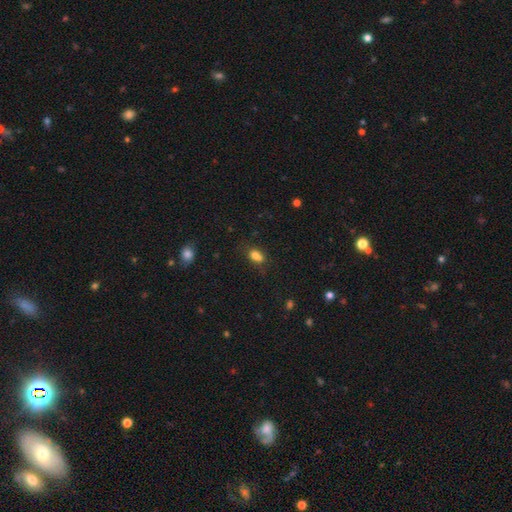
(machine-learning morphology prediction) smooth 75%, star or artifact 14%, featured or disk 10%. Down the decision tree: how rounded — in between (69%); merging — none (47%).